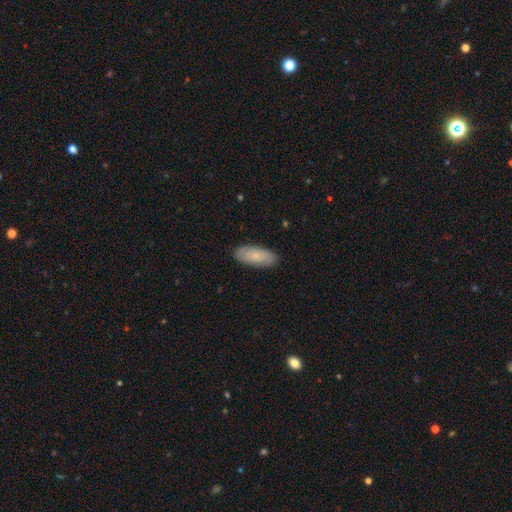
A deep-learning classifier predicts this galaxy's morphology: Smooth or featured? smooth (74%)
How rounded? in between (85%)
Merging? none (87%)